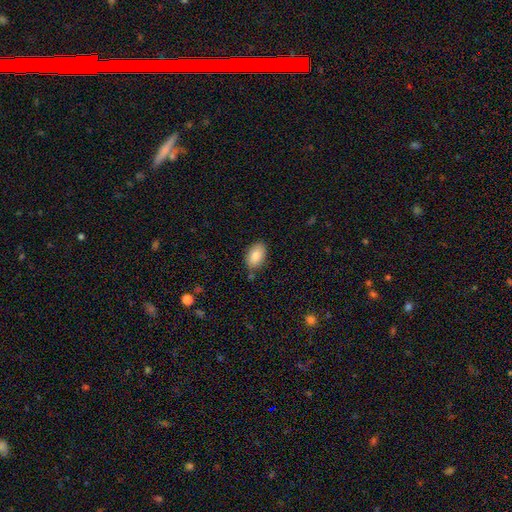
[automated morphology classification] Smooth or featured: smooth — 86% (featured or disk — 7%)
How rounded: in between — 92% (round — 7%)
Merging: none — 80% (minor disturbance — 14%)